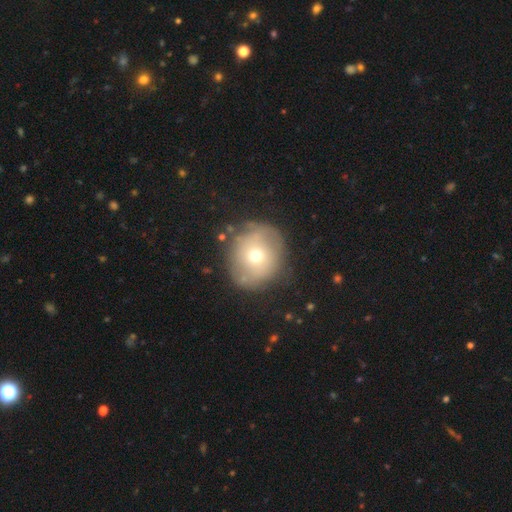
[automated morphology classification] smooth 56%, featured or disk 33%, star or artifact 11%. Down the decision tree: how rounded — round (85%); merging — none (76%).